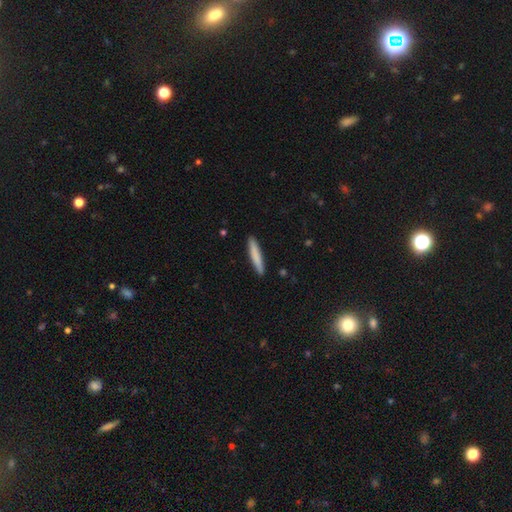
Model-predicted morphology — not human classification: smooth_or_featured: smooth (p=0.80) [alt: featured or disk p=0.15]
how_rounded: cigar-shaped (p=0.94) [alt: in between p=0.05]
merging: none (p=0.90) [alt: minor disturbance p=0.07]